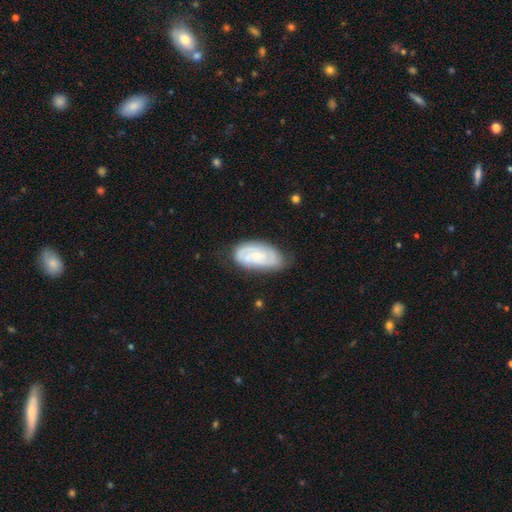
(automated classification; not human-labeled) Smooth or featured: featured or disk — 62% (smooth — 32%)
Edge-on disk: no — 94% (yes — 6%)
Bar: no — 77% (weak — 19%)
Spiral arms: yes — 76% (no — 24%)
Bulge size: small — 63% (moderate — 33%)
Merging: none — 66% (minor disturbance — 26%)